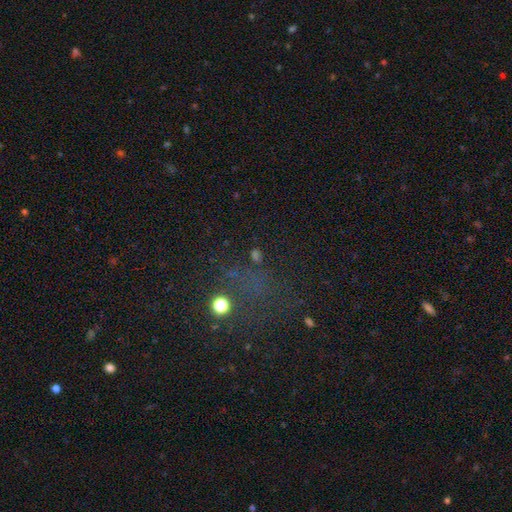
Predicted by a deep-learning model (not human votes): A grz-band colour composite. It shows a star or artifact, not a galaxy (52%).